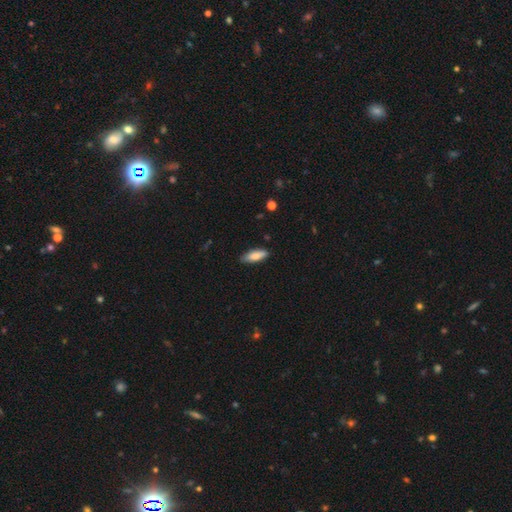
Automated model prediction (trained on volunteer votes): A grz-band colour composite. It shows a smooth galaxy with no disk features (80%) that is in between round and cigar-shaped (62%). Merging: none (86%).